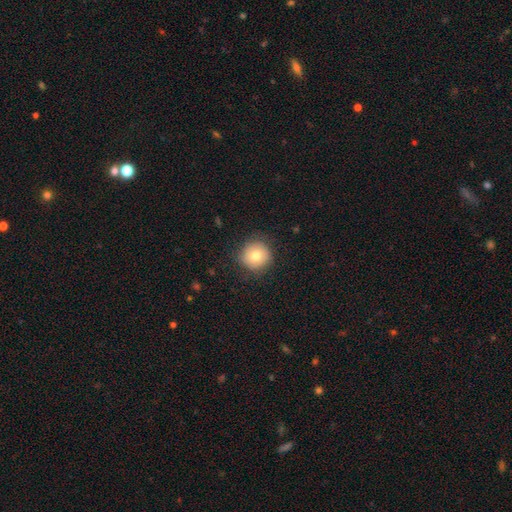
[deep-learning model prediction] Overall: smooth (72%). How rounded: round (93%). Merging: none (84%).